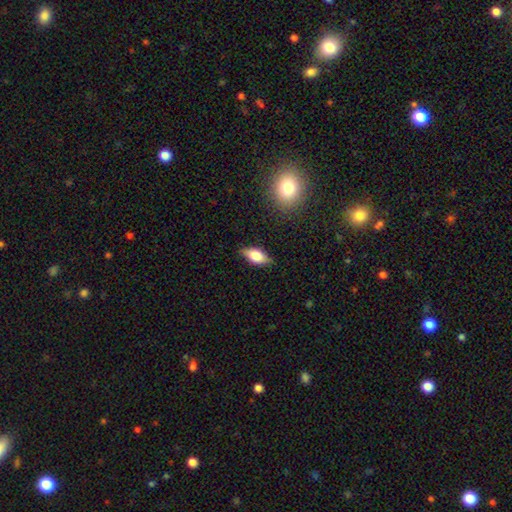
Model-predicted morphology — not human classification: smooth 67%, featured or disk 25%, star or artifact 8%. Down the decision tree: how rounded — in between (83%); merging — none (83%).